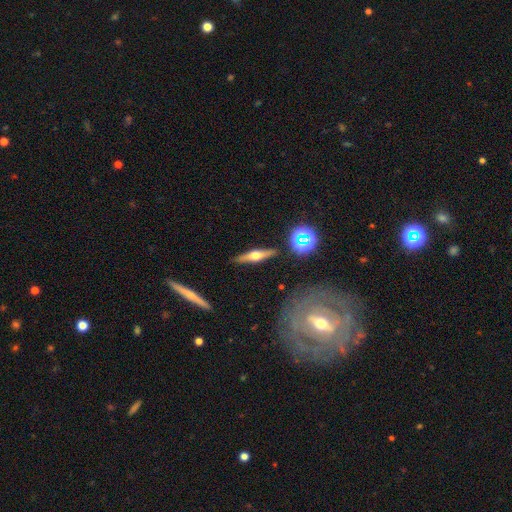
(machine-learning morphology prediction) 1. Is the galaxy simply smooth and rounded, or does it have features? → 58% featured or disk, 33% smooth, 9% star or artifact.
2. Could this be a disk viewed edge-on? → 93% yes, 7% no.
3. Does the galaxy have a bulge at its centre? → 93% rounded, 4% boxy, 3% none.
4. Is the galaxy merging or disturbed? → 87% none, 9% minor disturbance, 2% major disturbance, 2% merger.